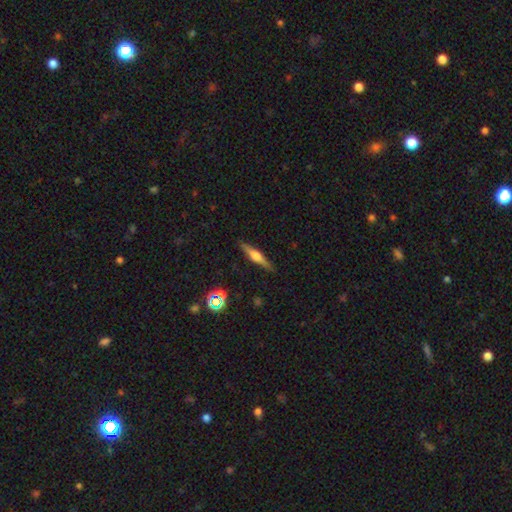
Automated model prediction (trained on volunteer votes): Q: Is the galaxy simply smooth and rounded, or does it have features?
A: featured or disk — 63%.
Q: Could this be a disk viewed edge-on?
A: yes — 96%.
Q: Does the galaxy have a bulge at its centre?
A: rounded — 83%.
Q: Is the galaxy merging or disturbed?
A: none — 89%.